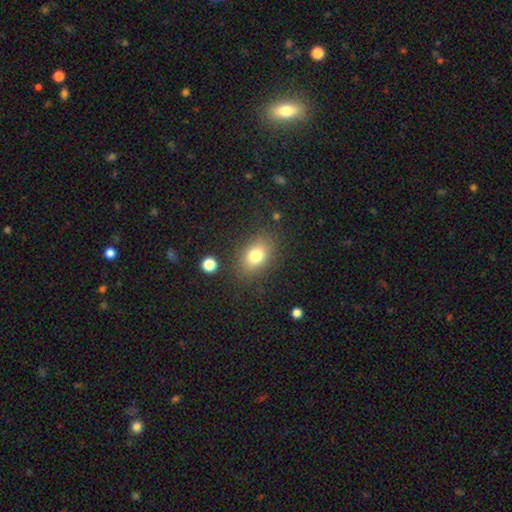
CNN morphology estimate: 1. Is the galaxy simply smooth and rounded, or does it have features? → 77% smooth, 12% star or artifact, 11% featured or disk.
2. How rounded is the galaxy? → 71% in between, 28% round, 2% cigar-shaped.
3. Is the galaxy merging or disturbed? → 82% none, 11% minor disturbance, 4% major disturbance, 2% merger.